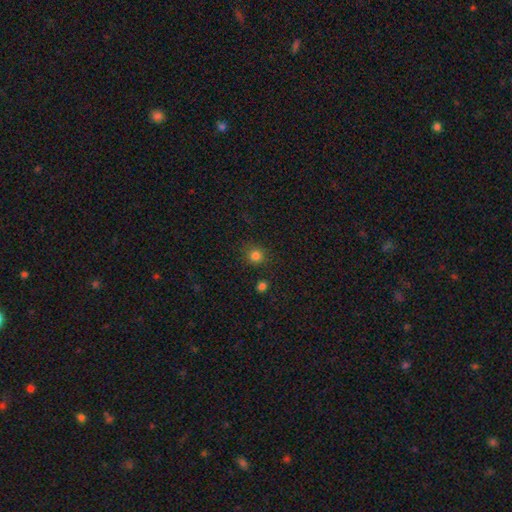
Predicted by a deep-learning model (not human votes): This appears to be a smooth galaxy with no disk features (82%) that is round (91%). Merging: none (84%).